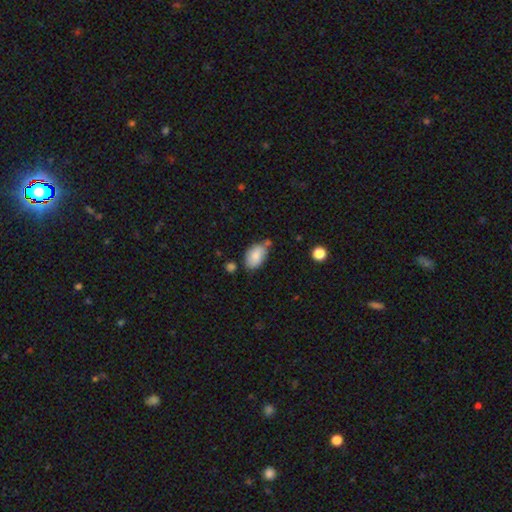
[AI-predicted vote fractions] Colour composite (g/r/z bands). It shows a smooth galaxy with no disk features (81%) that is in between round and cigar-shaped (92%). Merging: none (58%).